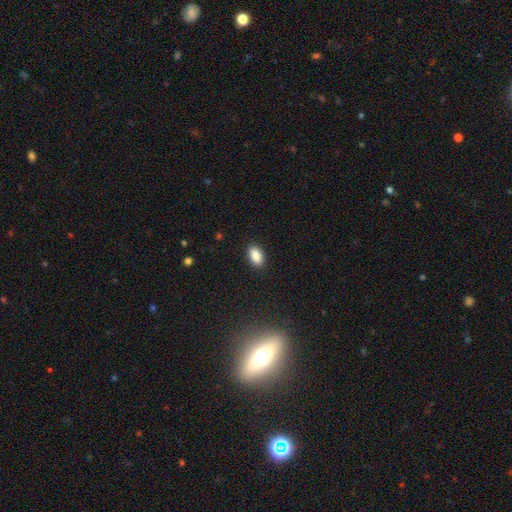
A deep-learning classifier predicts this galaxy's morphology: This is clearly a smooth galaxy (88%). How rounded: clearly in between (92%). Merging: clearly none (89%).